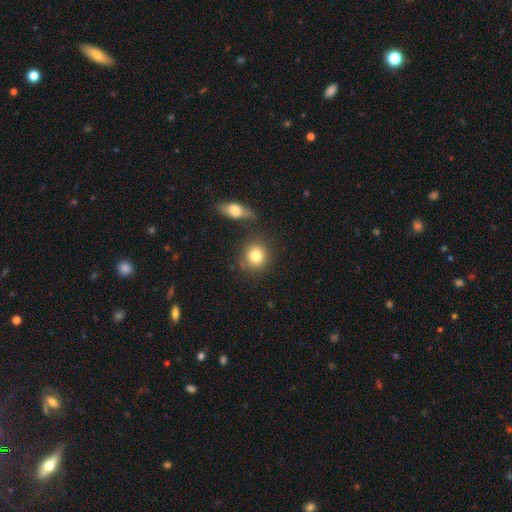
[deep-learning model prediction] A smooth galaxy with no disk features (82%) that is round (85%). Merging: none (76%).